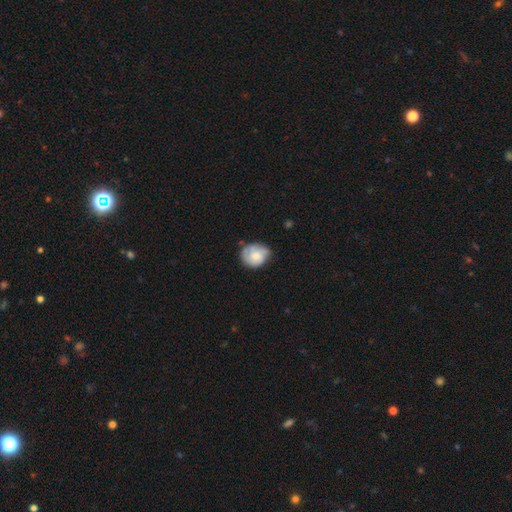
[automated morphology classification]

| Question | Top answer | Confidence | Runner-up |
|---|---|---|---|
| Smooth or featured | smooth | 58% | featured or disk (35%) |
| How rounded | round | 63% | in between (36%) |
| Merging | none | 56% | minor disturbance (34%) |